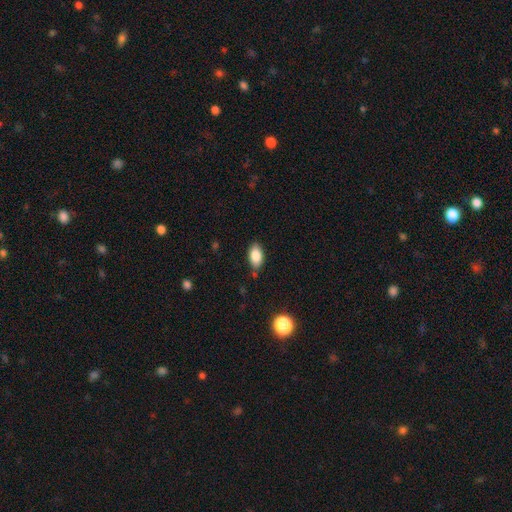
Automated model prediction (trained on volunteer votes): smooth_or_featured: smooth (p=0.84) [alt: featured or disk p=0.08]
how_rounded: in between (p=0.92) [alt: round p=0.05]
merging: none (p=0.80) [alt: minor disturbance p=0.15]